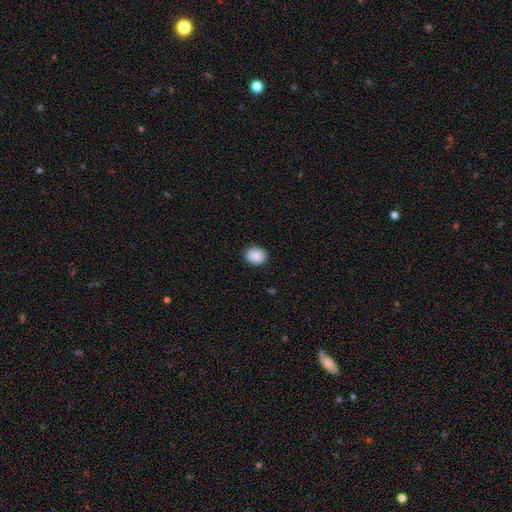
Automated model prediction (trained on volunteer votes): A smooth galaxy with no disk features (88%) that is round (71%). Merging: none (89%).